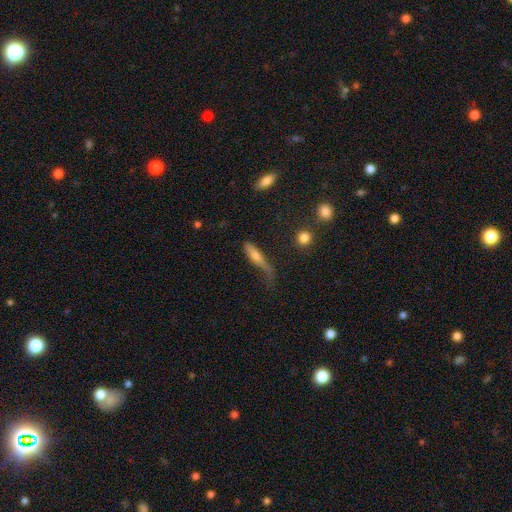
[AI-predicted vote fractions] smooth-or-featured: smooth: 56% | featured or disk: 36% | star or artifact: 8%
  how-rounded: cigar-shaped: 77% | in between: 20% | round: 3%
  merging: none: 35% | major disturbance: 31% | minor disturbance: 31% | merger: 4%